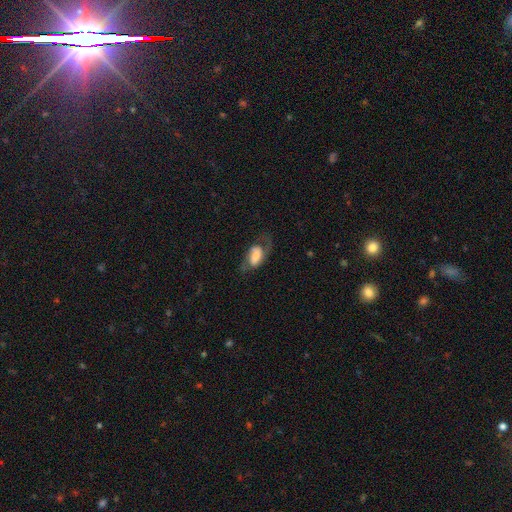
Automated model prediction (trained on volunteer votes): This is possibly a featured or disk galaxy (57%). It is clearly not viewed edge-on (95%). Bar: marginally weak (40%). Spiral arm pattern: clearly yes (85%). Central bulge: marginally moderate (33%). Merging: possibly none (51%).